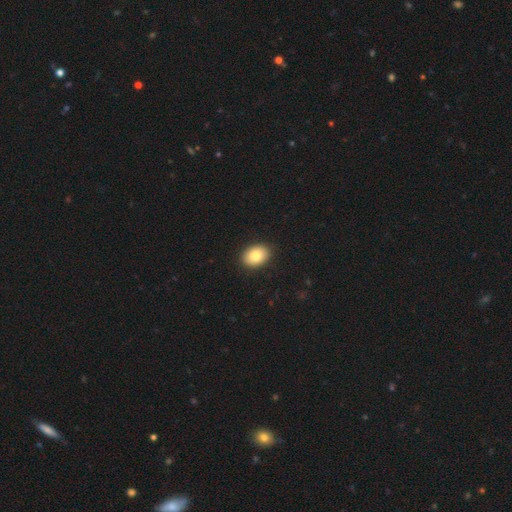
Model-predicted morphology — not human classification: A smooth galaxy with no disk features (84%) that is in between round and cigar-shaped (76%).

Vote fractions:
- Smooth or featured? smooth: 84% / featured or disk: 8% / star or artifact: 7%
- How rounded? in between: 76% / round: 23% / cigar-shaped: 1%
- Merging? none: 91% / minor disturbance: 7% / major disturbance: 2% / merger: 1%